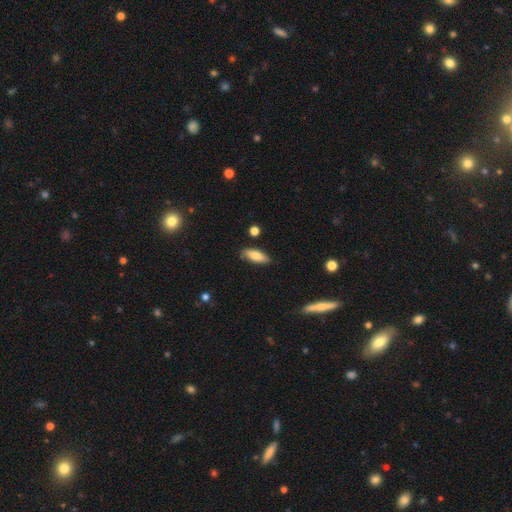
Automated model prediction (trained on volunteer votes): Overall: smooth (76%). How rounded: in between (66%; cigar-shaped 32%). Merging: none (81%).